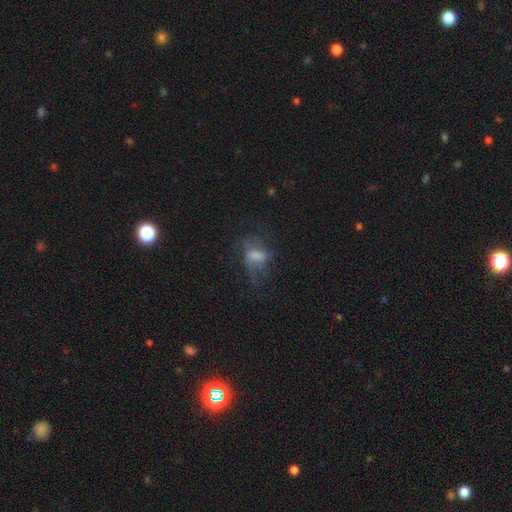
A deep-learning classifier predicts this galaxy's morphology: Smooth or featured? smooth (41%)
Merging? none (41%)